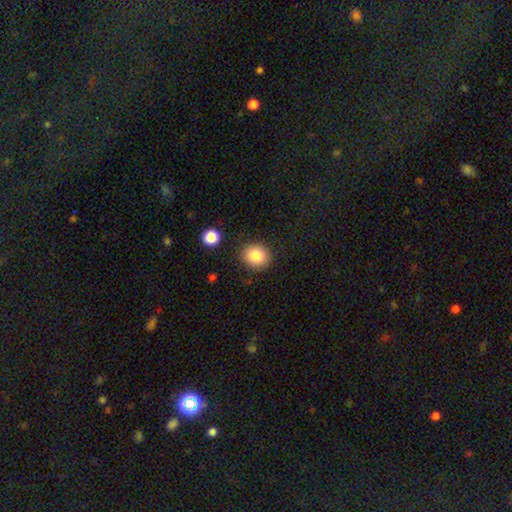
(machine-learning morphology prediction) A smooth galaxy with no disk features (86%) that is round (71%).

Vote fractions:
- Smooth or featured? smooth: 86% / star or artifact: 9% / featured or disk: 5%
- How rounded? round: 71% / in between: 29% / cigar-shaped: 1%
- Merging? none: 87% / minor disturbance: 8% / major disturbance: 3% / merger: 2%